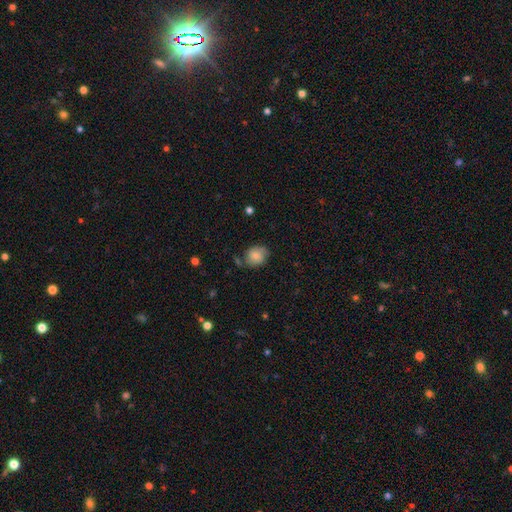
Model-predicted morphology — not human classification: Smooth or featured? smooth (74%)
How rounded? round (64%)
Merging? none (65%)